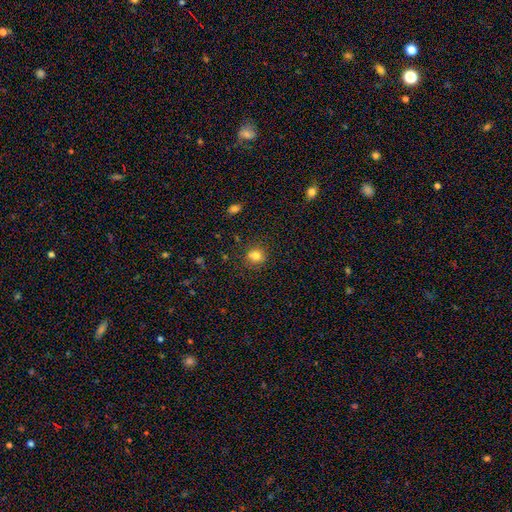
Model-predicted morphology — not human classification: Overall: smooth (78%). How rounded: round (75%). Merging: none (74%).